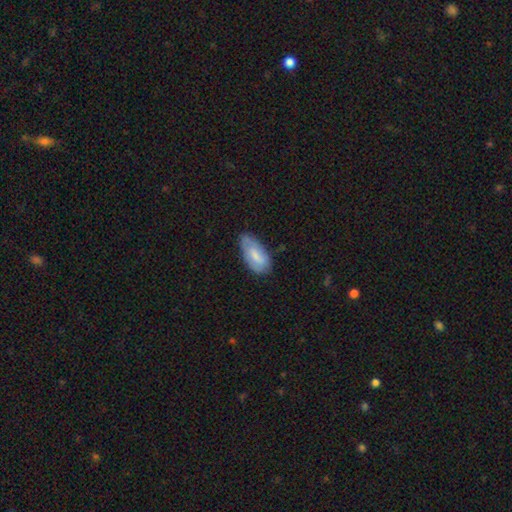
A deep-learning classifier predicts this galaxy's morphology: This appears to be a smooth galaxy with no disk features (70%) that is in between round and cigar-shaped (91%). Merging: none (61%).